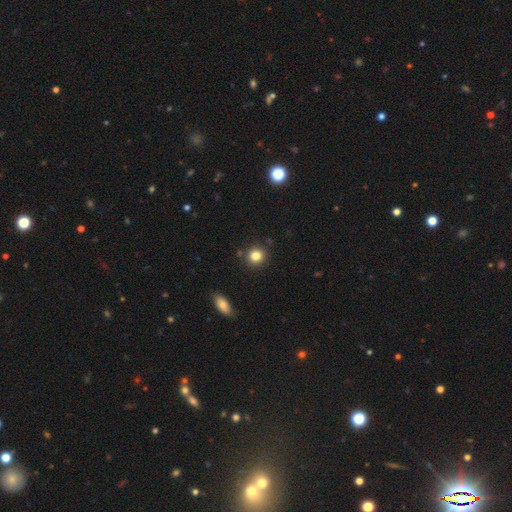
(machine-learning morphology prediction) Smooth or featured: smooth — 83% (star or artifact — 11%)
How rounded: round — 88% (in between — 11%)
Merging: none — 87% (minor disturbance — 7%)